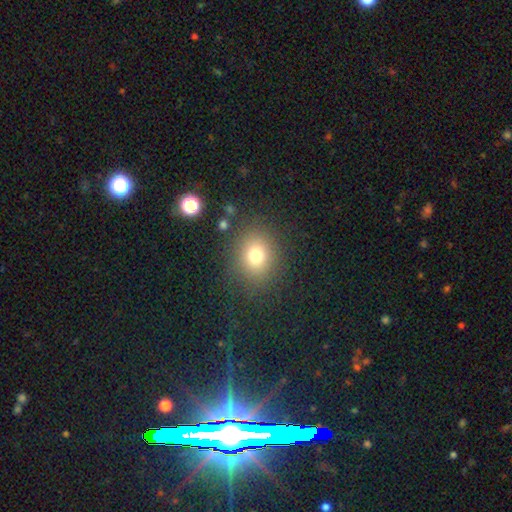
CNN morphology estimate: Smooth or featured?
  - smooth: 74% *
  - star or artifact: 16%
  - featured or disk: 10%
How rounded?
  - round: 74% *
  - in between: 25%
  - cigar-shaped: 1%
Merging?
  - none: 84% *
  - minor disturbance: 9%
  - major disturbance: 5%
  - merger: 2%